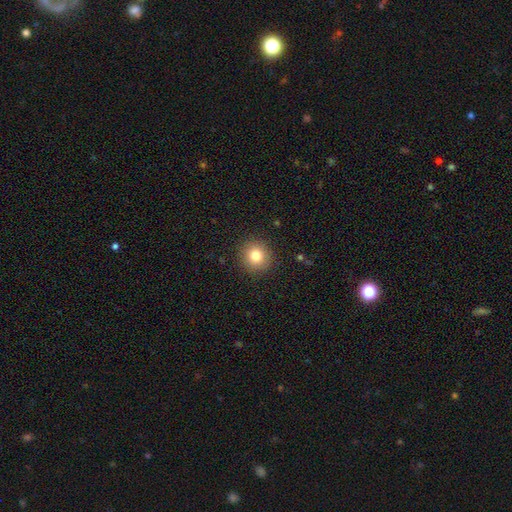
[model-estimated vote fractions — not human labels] smooth 81%, star or artifact 11%, featured or disk 8%. Down the decision tree: how rounded — round (91%); merging — none (91%).